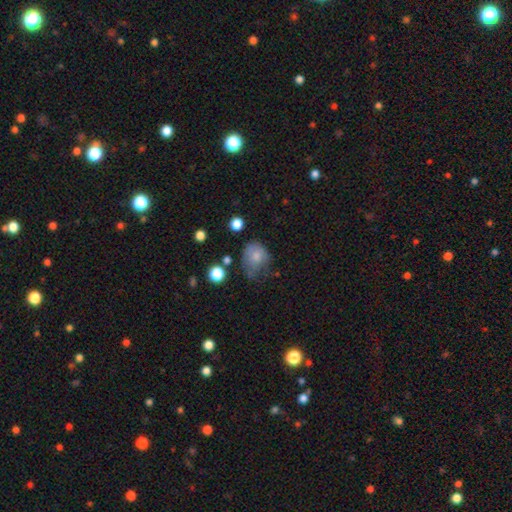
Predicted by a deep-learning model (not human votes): This is likely a smooth galaxy (74%). How rounded: possibly round (52%). Merging: marginally minor disturbance (37%).